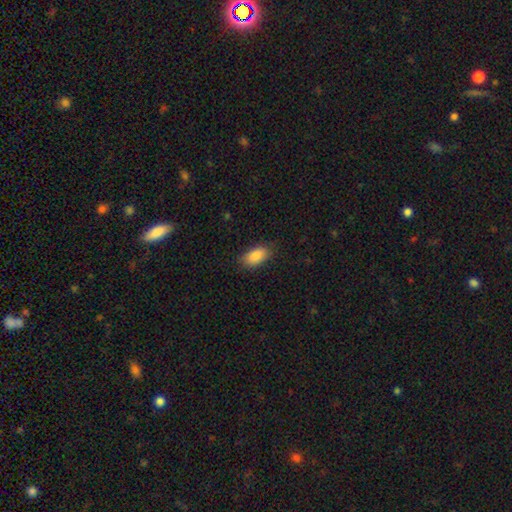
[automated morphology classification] smooth 88%, star or artifact 7%, featured or disk 5%. Down the decision tree: how rounded — in between (93%); merging — none (84%).